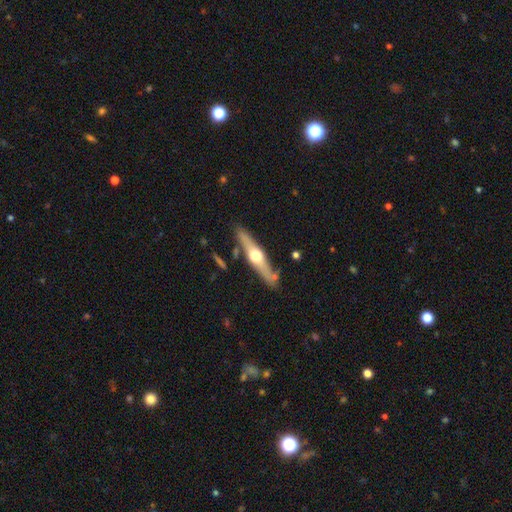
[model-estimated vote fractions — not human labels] smooth_or_featured: featured or disk (p=0.67) [alt: smooth p=0.28]
disk_edge_on: yes (p=0.95) [alt: no p=0.05]
edge_on_bulge: rounded (p=0.95) [alt: none p=0.02]
merging: none (p=0.83) [alt: minor disturbance p=0.10]